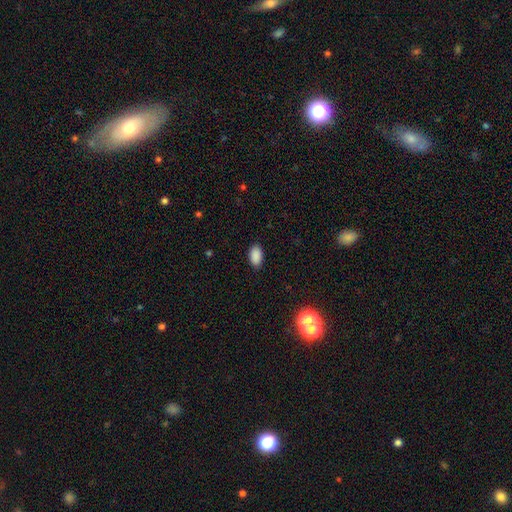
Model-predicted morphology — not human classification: smooth_or_featured: smooth (p=0.89) [alt: star or artifact p=0.08]
how_rounded: in between (p=0.93) [alt: round p=0.05]
merging: none (p=0.88) [alt: minor disturbance p=0.09]